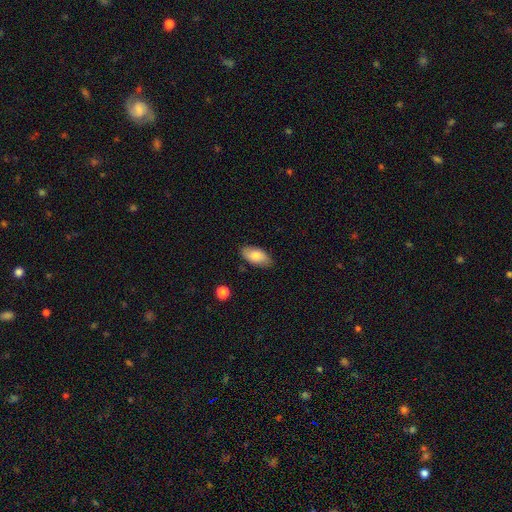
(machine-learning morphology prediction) type=smooth (81%); roundness=in between (93%); merging=none (81%).